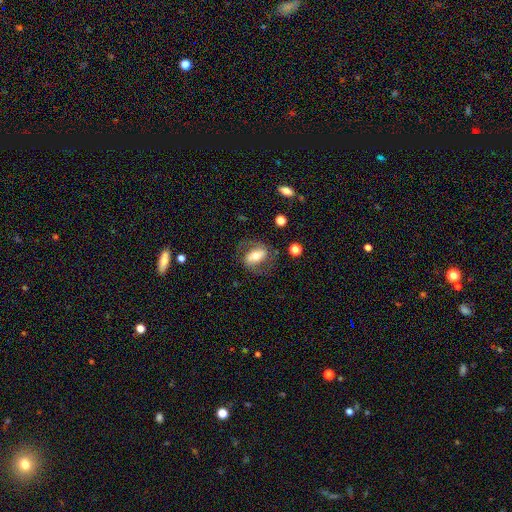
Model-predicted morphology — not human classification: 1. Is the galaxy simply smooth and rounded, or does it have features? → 62% featured or disk, 30% smooth, 8% star or artifact.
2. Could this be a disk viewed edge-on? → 93% no, 7% yes.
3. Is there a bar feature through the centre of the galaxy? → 48% strong, 30% weak, 22% no.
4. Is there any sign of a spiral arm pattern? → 81% yes, 19% no.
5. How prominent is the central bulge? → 60% moderate, 19% small, 17% large, 3% dominant, 2% none.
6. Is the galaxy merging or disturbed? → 70% none, 16% minor disturbance, 12% major disturbance, 2% merger.